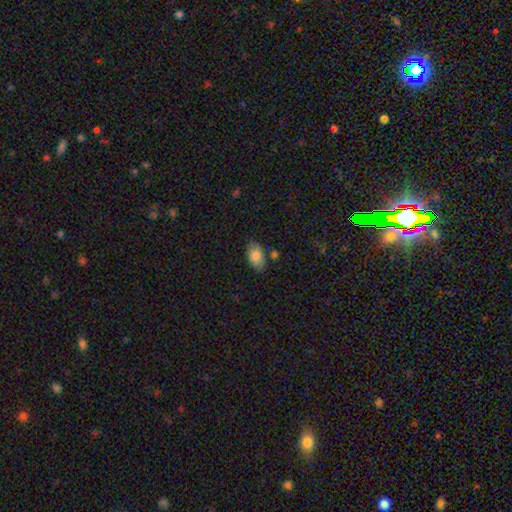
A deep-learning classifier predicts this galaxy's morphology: smooth_or_featured: smooth (p=0.83) [alt: featured or disk p=0.10]
how_rounded: in between (p=0.92) [alt: round p=0.06]
merging: none (p=0.75) [alt: minor disturbance p=0.17]